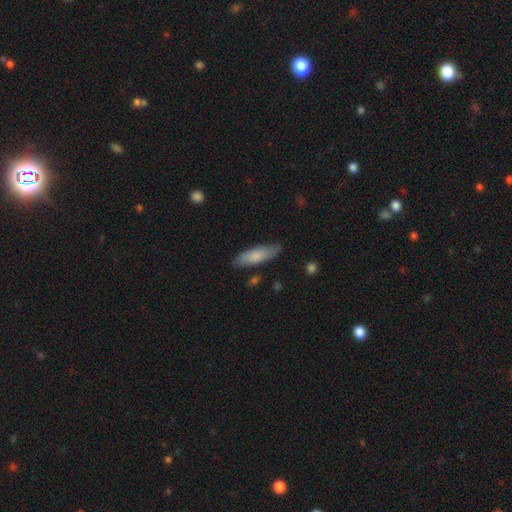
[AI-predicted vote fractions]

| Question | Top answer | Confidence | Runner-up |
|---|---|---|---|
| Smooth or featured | smooth | 75% | featured or disk (20%) |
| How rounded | cigar-shaped | 51% | in between (48%) |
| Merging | none | 80% | minor disturbance (15%) |